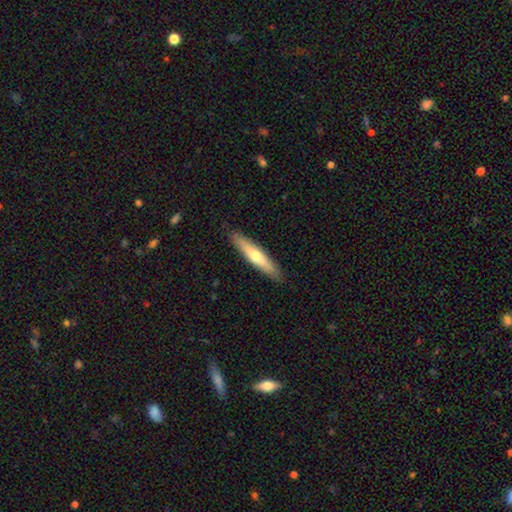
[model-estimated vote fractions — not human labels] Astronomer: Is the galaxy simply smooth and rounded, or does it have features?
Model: smooth — 51% (runner-up: featured or disk, 44%).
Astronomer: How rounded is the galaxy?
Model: cigar-shaped — 87%.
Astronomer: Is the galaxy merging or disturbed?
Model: none — 90%.